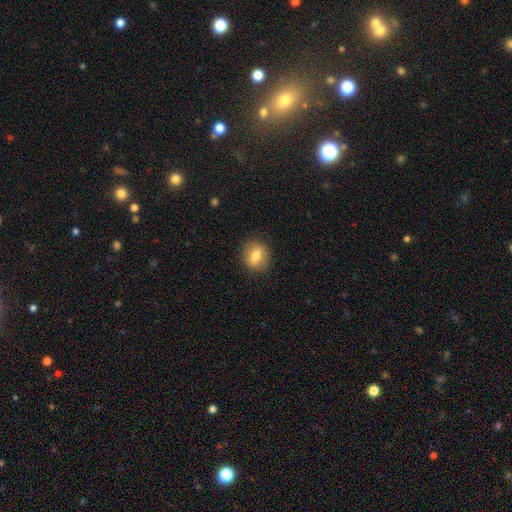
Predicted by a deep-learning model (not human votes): Smooth or featured? smooth (74%)
How rounded? round (59%)
Merging? none (86%)